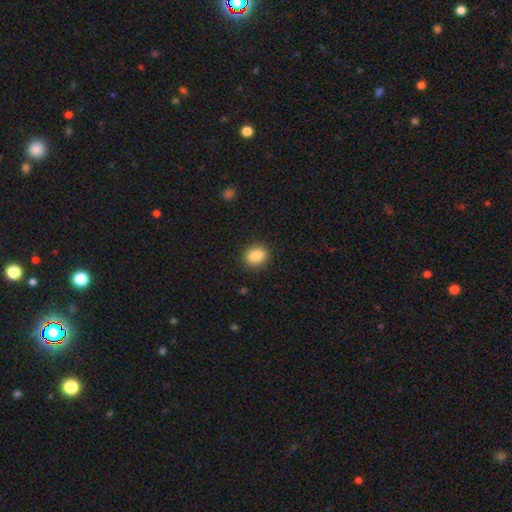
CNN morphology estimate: Smooth or featured? smooth (87%)
How rounded? in between (51%)
Merging? none (89%)